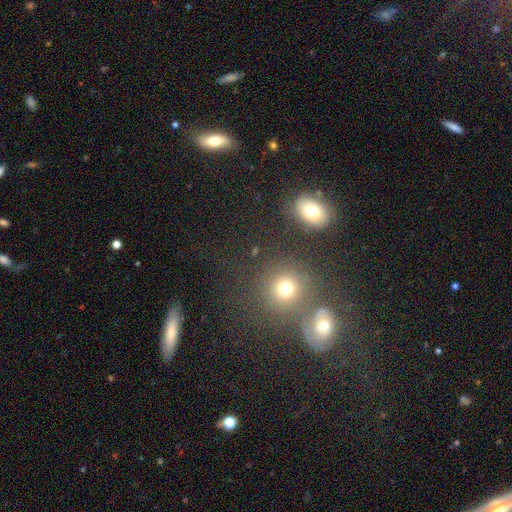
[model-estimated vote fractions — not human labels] Smooth or featured: smooth — 55% (star or artifact — 32%)
How rounded: round — 76% (in between — 21%)
Merging: none — 58% (merger — 28%)